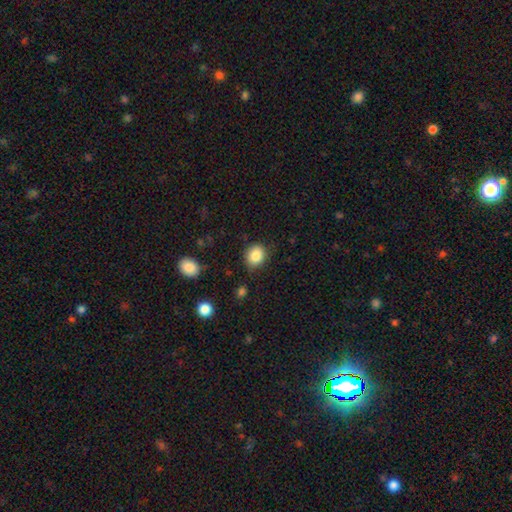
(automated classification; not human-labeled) Q: Smooth or featured?
A: smooth (85%); runner-up: star or artifact (9%)
Q: How rounded?
A: round (58%); runner-up: in between (41%)
Q: Merging?
A: none (81%); runner-up: minor disturbance (14%)